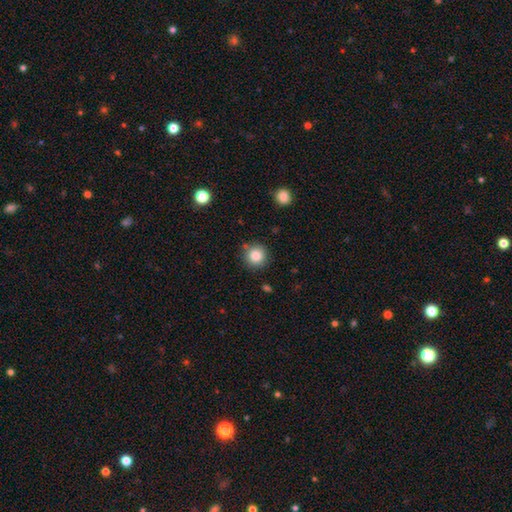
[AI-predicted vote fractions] Smooth or featured? smooth (85%)
How rounded? round (94%)
Merging? none (86%)